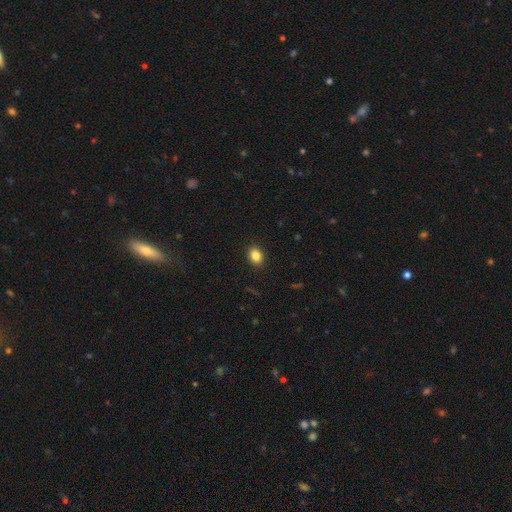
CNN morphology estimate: smooth_or_featured: smooth (p=0.85) [alt: star or artifact p=0.10]
how_rounded: in between (p=0.58) [alt: round p=0.41]
merging: none (p=0.90) [alt: minor disturbance p=0.07]